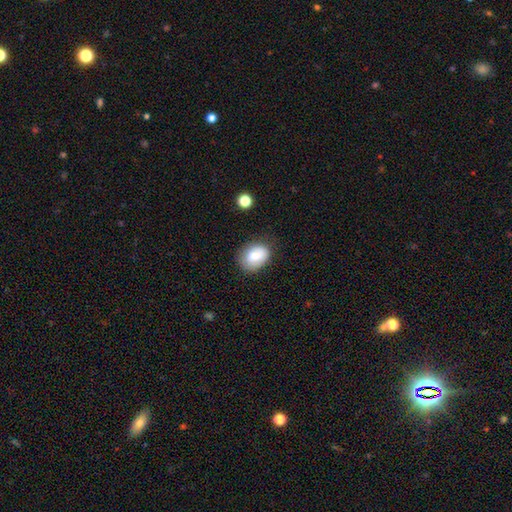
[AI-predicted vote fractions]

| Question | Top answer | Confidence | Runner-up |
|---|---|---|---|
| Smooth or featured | smooth | 84% | featured or disk (9%) |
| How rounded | in between | 73% | round (26%) |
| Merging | none | 70% | minor disturbance (23%) |